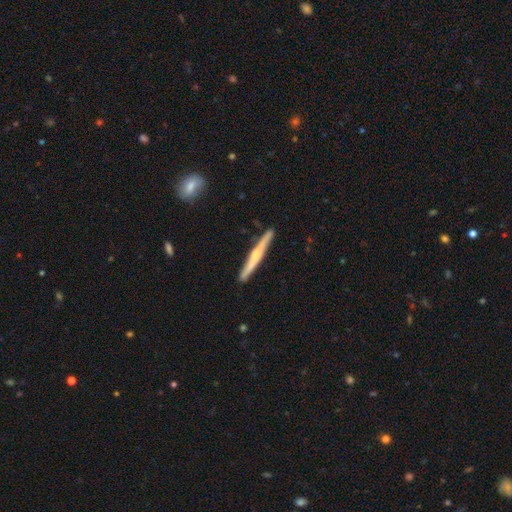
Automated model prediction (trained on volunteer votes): Smooth or featured? featured or disk (62%)
Edge-on disk? yes (97%)
Edge-on bulge? rounded (70%)
Merging? none (89%)